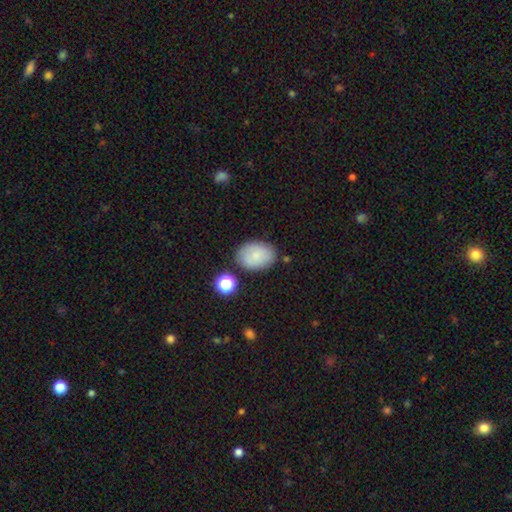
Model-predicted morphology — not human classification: type=smooth (82%); roundness=in between (81%); merging=none (76%).